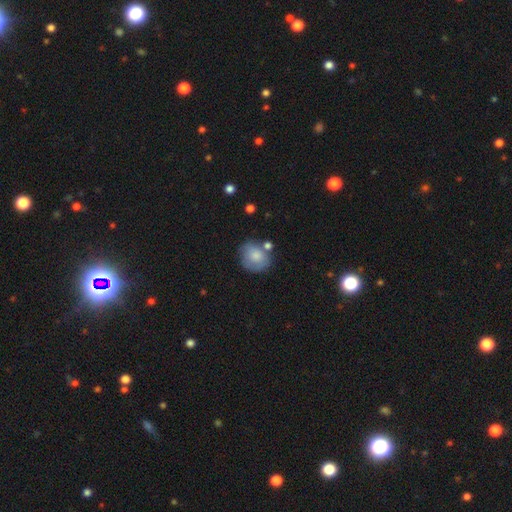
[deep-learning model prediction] Morphology: type=smooth (76%); roundness=round (71%); merging=none (59%).